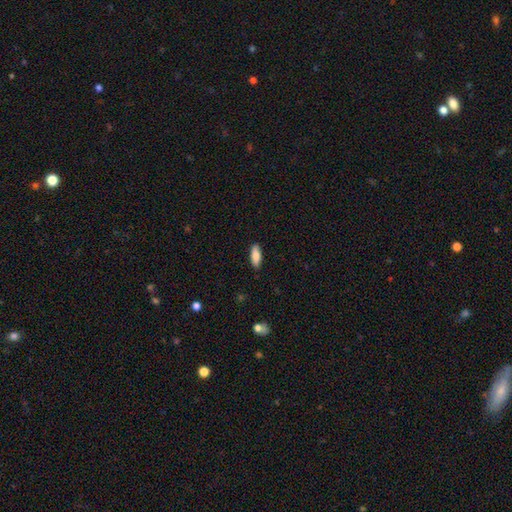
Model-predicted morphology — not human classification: type=smooth (82%); roundness=in between (66%); merging=none (87%).